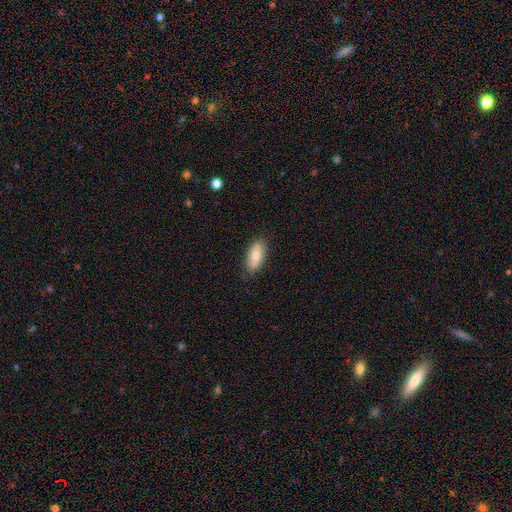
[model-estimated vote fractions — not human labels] Smooth or featured? smooth (75%)
How rounded? in between (89%)
Merging? none (83%)